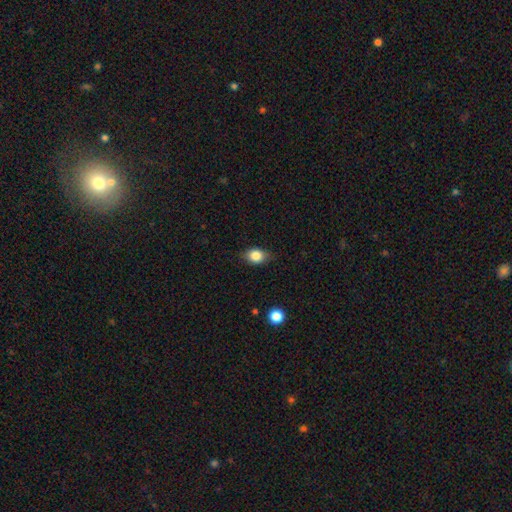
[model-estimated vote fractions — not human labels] Smooth or featured?
  - smooth: 84% *
  - star or artifact: 9%
  - featured or disk: 8%
How rounded?
  - in between: 64% *
  - round: 34%
  - cigar-shaped: 2%
Merging?
  - none: 79% *
  - minor disturbance: 16%
  - major disturbance: 4%
  - merger: 1%